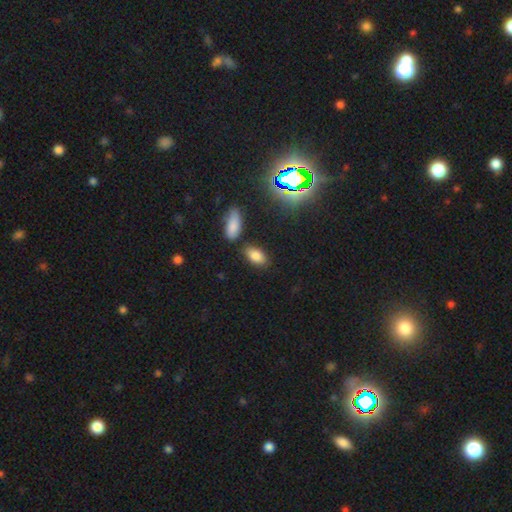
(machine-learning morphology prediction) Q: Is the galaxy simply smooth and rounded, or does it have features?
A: smooth — 80%.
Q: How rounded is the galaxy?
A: in between — 90%.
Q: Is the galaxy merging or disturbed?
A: none — 77%.